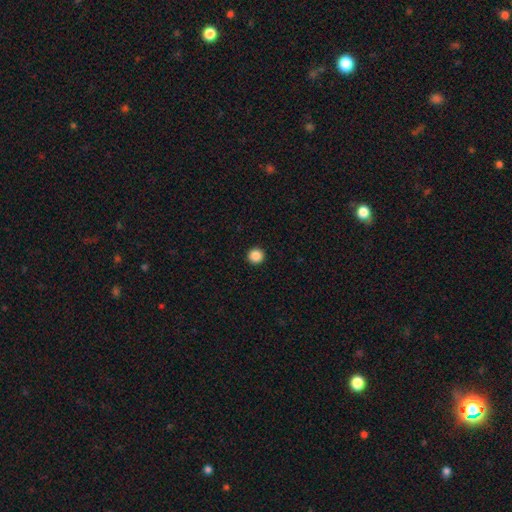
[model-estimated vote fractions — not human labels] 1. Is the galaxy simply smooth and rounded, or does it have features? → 87% smooth, 10% star or artifact, 3% featured or disk.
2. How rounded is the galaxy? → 96% round, 3% in between, 1% cigar-shaped.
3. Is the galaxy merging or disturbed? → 94% none, 4% minor disturbance, 1% major disturbance, 1% merger.